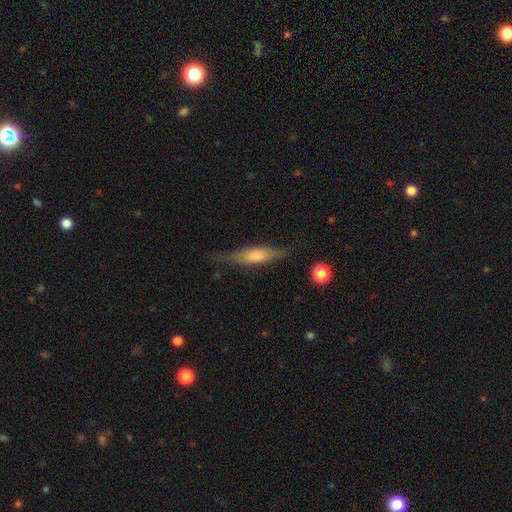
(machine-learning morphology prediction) type=smooth (49%); merging=none (73%).